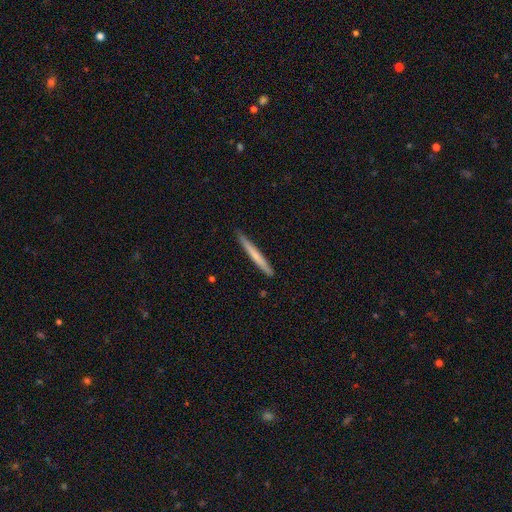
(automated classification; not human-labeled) Q: Smooth or featured?
A: smooth (62%); runner-up: featured or disk (33%)
Q: How rounded?
A: cigar-shaped (97%); runner-up: in between (2%)
Q: Merging?
A: none (89%); runner-up: minor disturbance (8%)